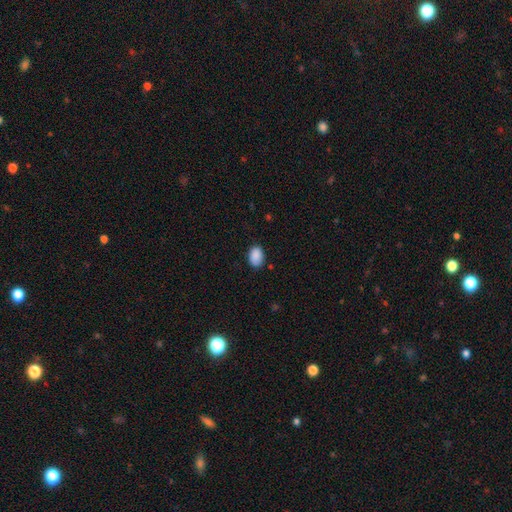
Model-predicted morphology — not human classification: The model was most divided on "merging": none: 80%, minor disturbance: 16%, major disturbance: 3%, merger: 1%. More confident: smooth or featured — smooth (89%); how rounded — in between (84%).